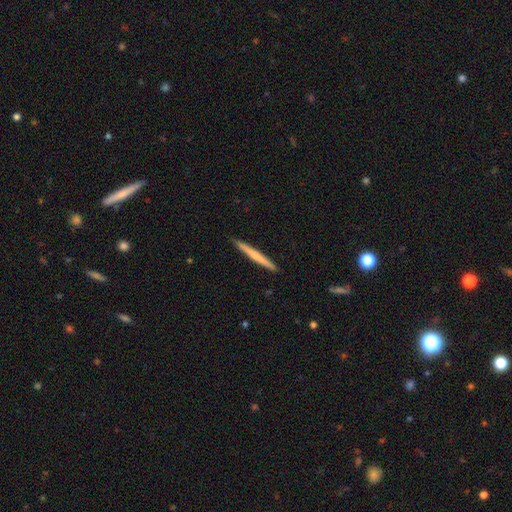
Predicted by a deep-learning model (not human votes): A smooth galaxy with no disk features (57%) that is cigar-shaped (97%). Merging: none (91%).